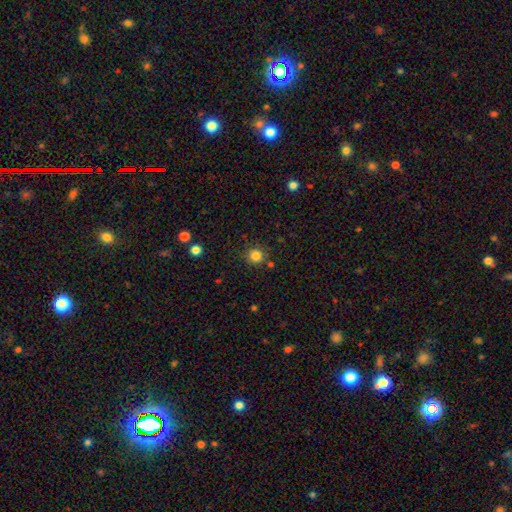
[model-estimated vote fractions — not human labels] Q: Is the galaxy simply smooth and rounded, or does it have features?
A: smooth — 83%.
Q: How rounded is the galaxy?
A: round — 92%.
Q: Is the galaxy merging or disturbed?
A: none — 84%.